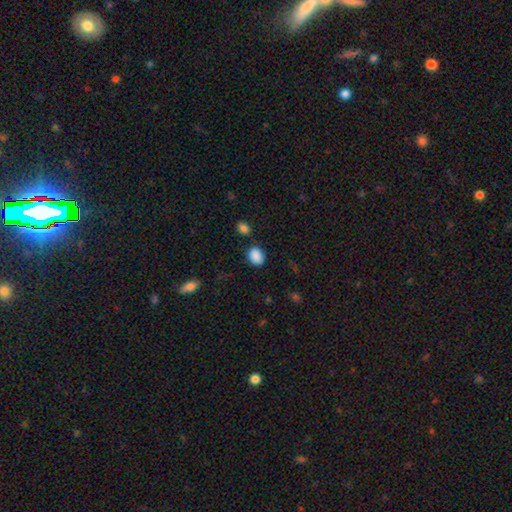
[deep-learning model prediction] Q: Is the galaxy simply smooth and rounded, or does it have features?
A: smooth — 88%.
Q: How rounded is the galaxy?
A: in between — 60%.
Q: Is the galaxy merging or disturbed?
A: none — 77%.